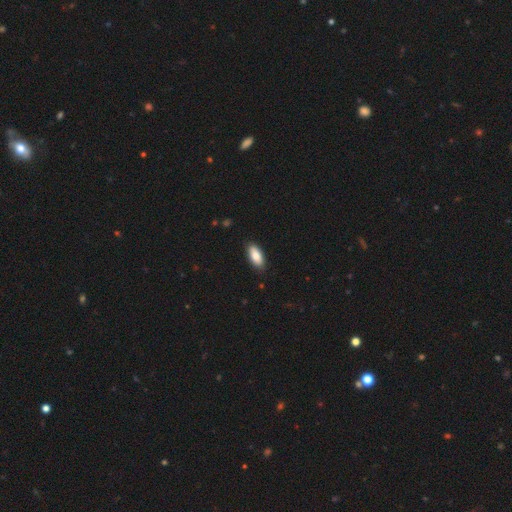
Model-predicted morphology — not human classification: type=smooth (85%); roundness=in between (86%); merging=none (88%).